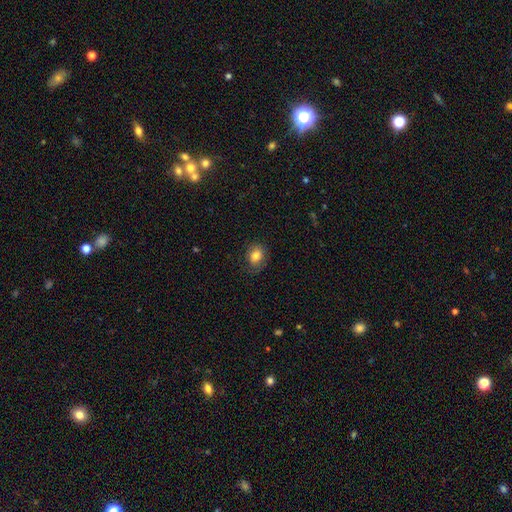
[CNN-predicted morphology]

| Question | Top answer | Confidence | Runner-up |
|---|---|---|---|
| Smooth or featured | smooth | 79% | featured or disk (12%) |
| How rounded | round | 52% | in between (47%) |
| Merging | none | 74% | minor disturbance (19%) |